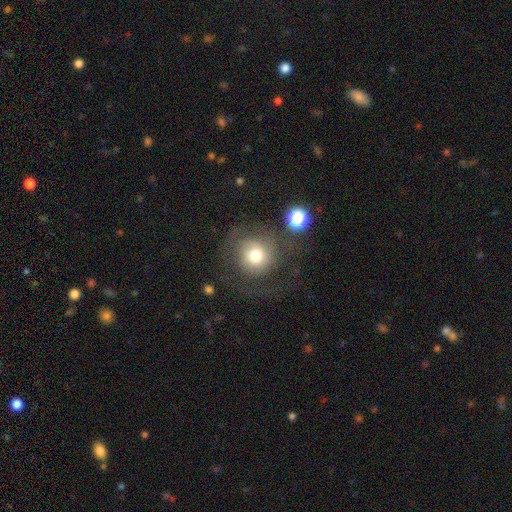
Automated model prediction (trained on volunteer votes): Smooth or featured: smooth — 59% (featured or disk — 30%)
How rounded: round — 89% (in between — 10%)
Merging: none — 55% (major disturbance — 24%)